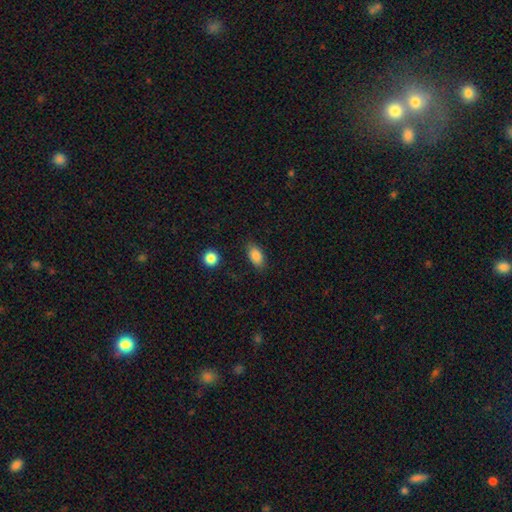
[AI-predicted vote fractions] smooth 86%, star or artifact 8%, featured or disk 6%. Down the decision tree: how rounded — in between (89%); merging — none (84%).